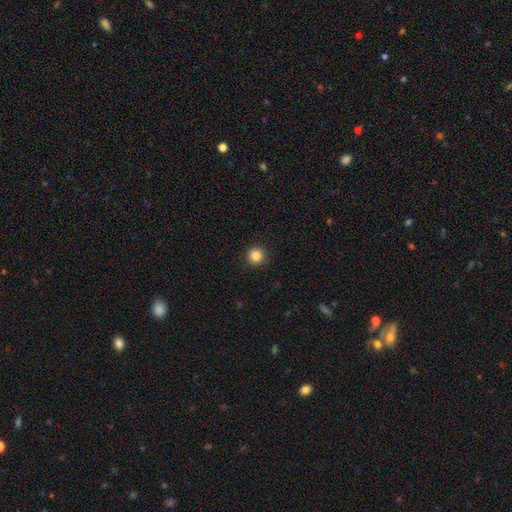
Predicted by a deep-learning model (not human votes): smooth-or-featured: smooth: 84% | star or artifact: 11% | featured or disk: 4%
  how-rounded: round: 96% | in between: 3% | cigar-shaped: 1%
  merging: none: 93% | minor disturbance: 4% | major disturbance: 2% | merger: 1%